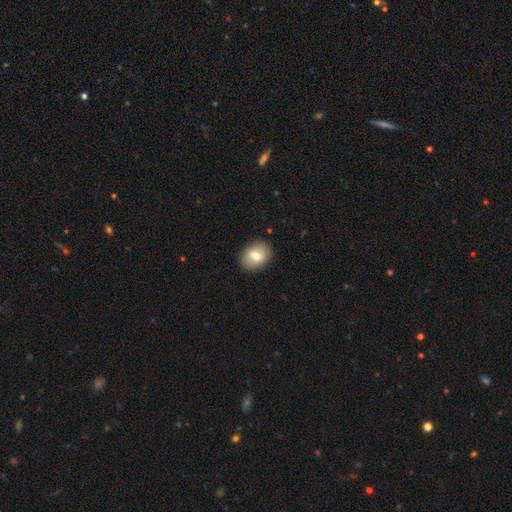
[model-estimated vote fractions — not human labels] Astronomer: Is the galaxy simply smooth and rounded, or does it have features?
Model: smooth — 74%.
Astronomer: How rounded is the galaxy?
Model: in between — 58% (runner-up: round, 41%).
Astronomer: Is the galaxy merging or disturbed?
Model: none — 88%.